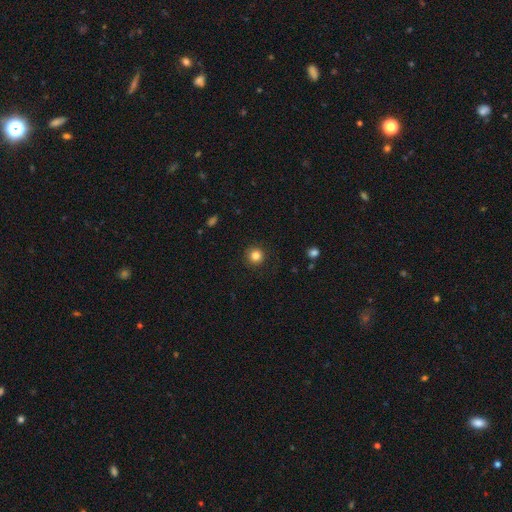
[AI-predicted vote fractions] smooth_or_featured: smooth (p=0.84) [alt: star or artifact p=0.11]
how_rounded: round (p=0.95) [alt: in between p=0.04]
merging: none (p=0.92) [alt: minor disturbance p=0.06]